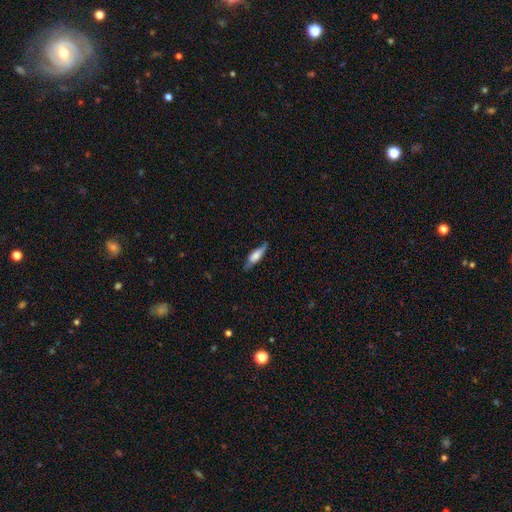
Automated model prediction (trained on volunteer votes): Morphology: type=smooth (60%); roundness=cigar-shaped (58%); merging=none (75%).